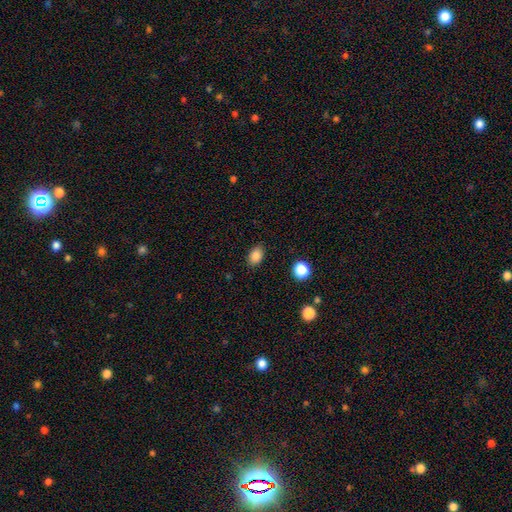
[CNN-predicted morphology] smooth-or-featured: smooth: 86% | star or artifact: 10% | featured or disk: 4%
  how-rounded: in between: 78% | round: 21% | cigar-shaped: 1%
  merging: none: 86% | minor disturbance: 10% | major disturbance: 3% | merger: 1%